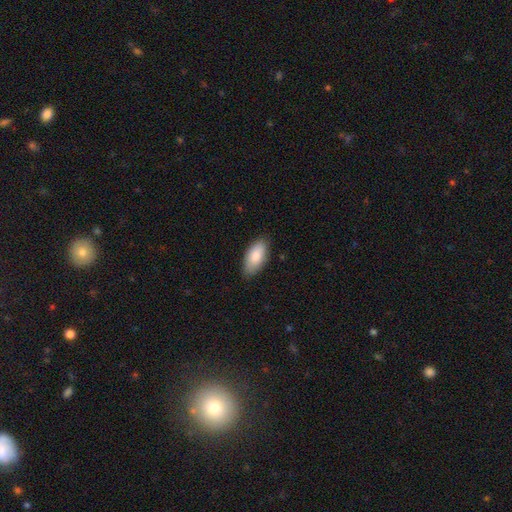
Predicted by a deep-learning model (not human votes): This is clearly a smooth galaxy (84%). How rounded: clearly in between (91%). Merging: clearly none (83%).